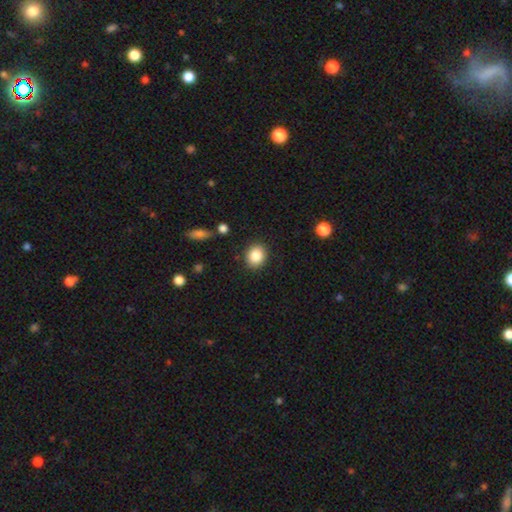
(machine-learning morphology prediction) Smooth or featured: smooth — 86% (star or artifact — 9%)
How rounded: round — 67% (in between — 32%)
Merging: none — 88% (minor disturbance — 8%)